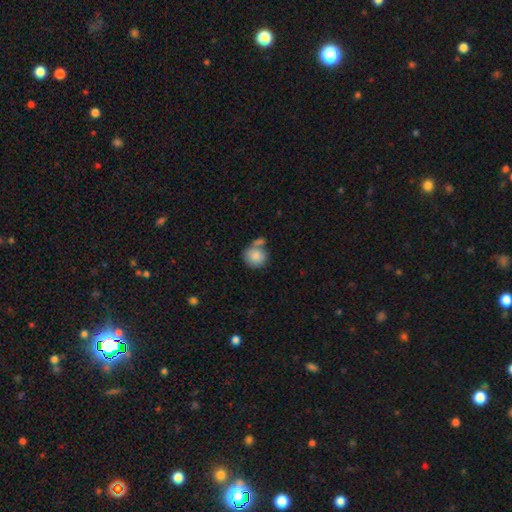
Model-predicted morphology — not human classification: smooth 84%, featured or disk 9%, star or artifact 7%. Down the decision tree: how rounded — round (82%); merging — none (48%).